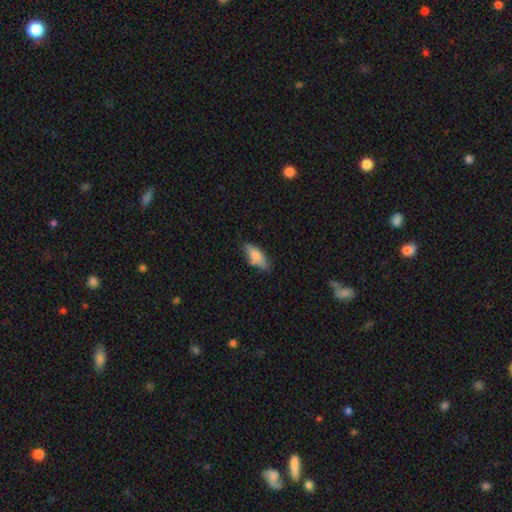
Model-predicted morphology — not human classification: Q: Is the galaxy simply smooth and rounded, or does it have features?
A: smooth — 74%.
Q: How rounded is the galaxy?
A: in between — 72%.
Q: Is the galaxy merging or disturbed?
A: none — 62%.